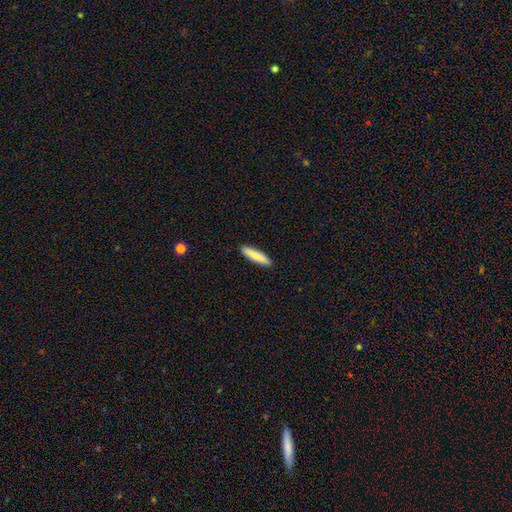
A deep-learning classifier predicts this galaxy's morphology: A smooth galaxy with no disk features (88%) that is cigar-shaped (65%). Merging: none (90%).